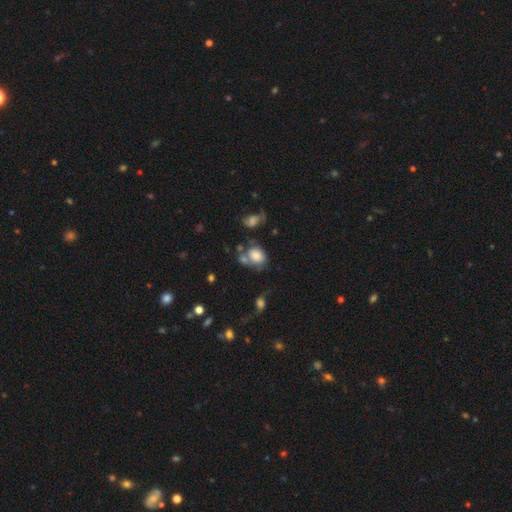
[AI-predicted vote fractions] Smooth or featured? Predicted: smooth (p=0.76). How rounded? Predicted: in between (p=0.60). Merging? Predicted: none (p=0.41).